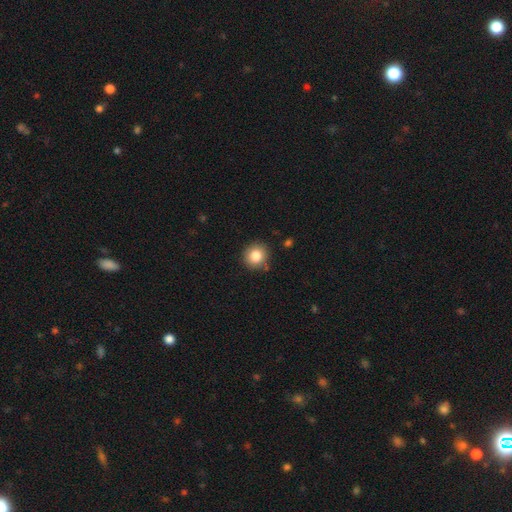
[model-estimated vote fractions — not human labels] smooth_or_featured: smooth (p=0.82) [alt: star or artifact p=0.10]
how_rounded: round (p=0.91) [alt: in between p=0.08]
merging: none (p=0.87) [alt: minor disturbance p=0.08]